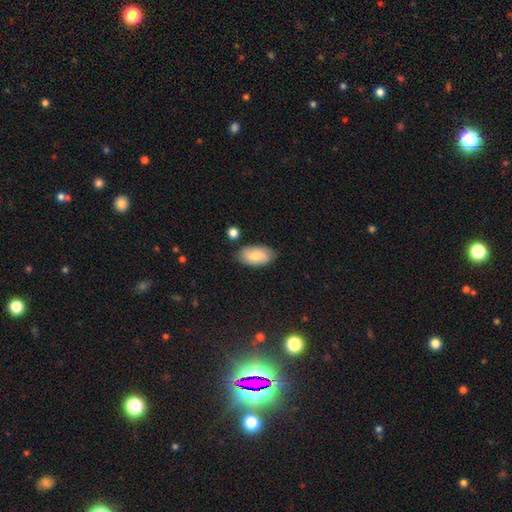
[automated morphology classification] This is likely a smooth galaxy (72%). How rounded: clearly in between (94%). Merging: likely none (80%).